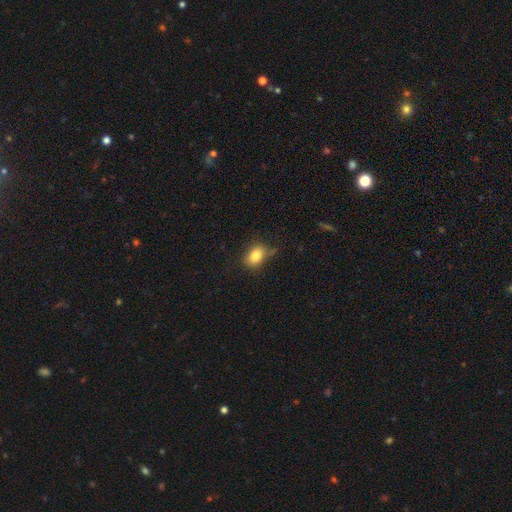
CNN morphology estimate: Smooth or featured? Predicted: smooth (p=0.82). How rounded? Predicted: in between (p=0.75). Merging? Predicted: none (p=0.68).